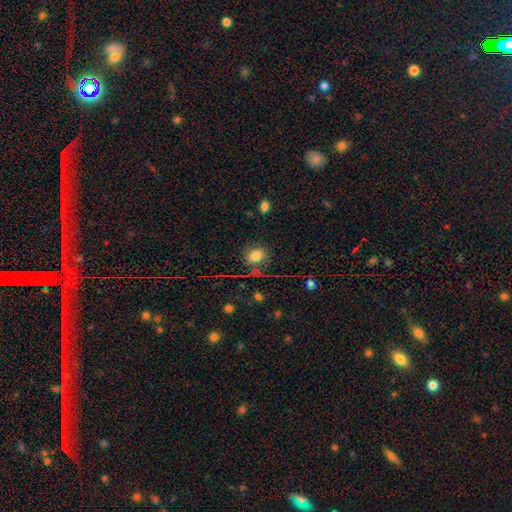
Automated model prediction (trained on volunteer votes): Morphology: type=smooth (77%); roundness=in between (62%); merging=none (69%).